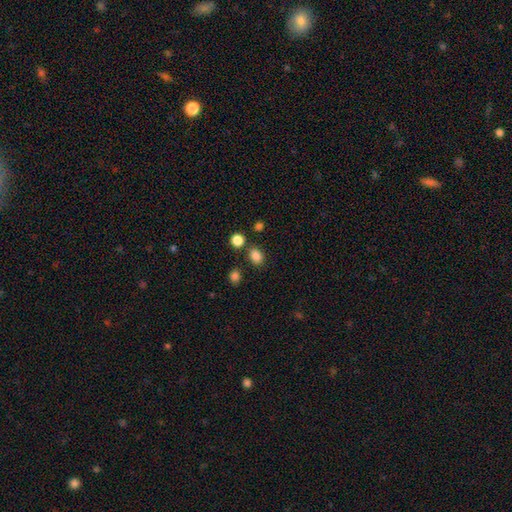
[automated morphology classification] A smooth galaxy with no disk features (84%) that is round (53%). Merging: none (80%).